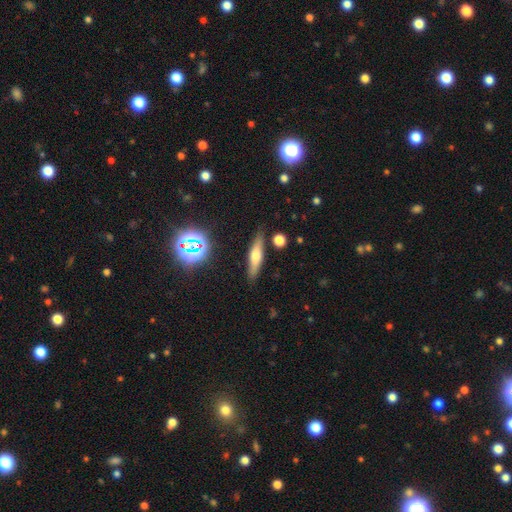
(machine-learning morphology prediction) This appears to be a smooth galaxy with no disk features (49%). Merging: none (85%).